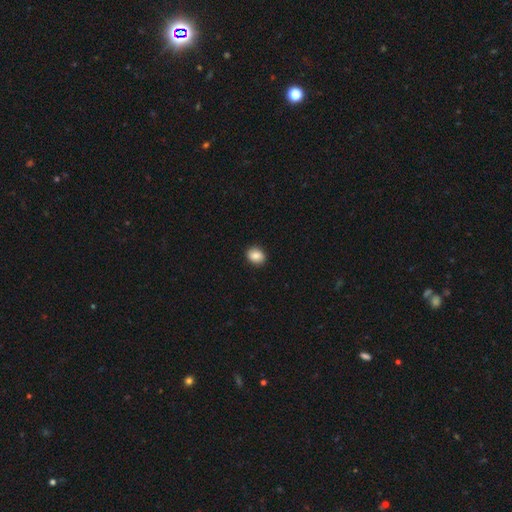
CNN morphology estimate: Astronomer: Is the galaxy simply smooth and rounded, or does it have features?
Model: smooth — 87%.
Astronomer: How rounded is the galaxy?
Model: round — 51% (runner-up: in between, 48%).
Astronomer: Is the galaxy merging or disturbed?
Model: none — 90%.